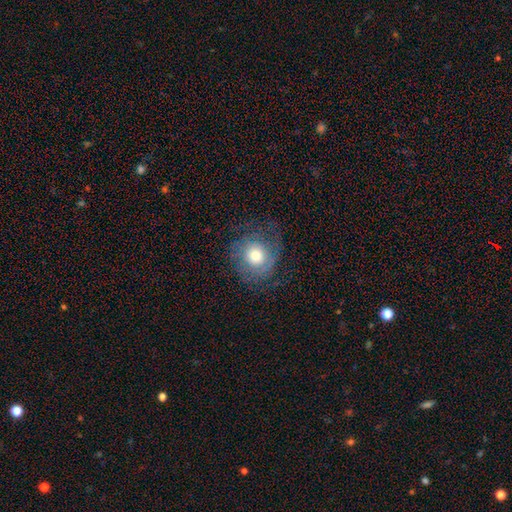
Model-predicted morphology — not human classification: Smooth or featured? smooth (63%)
How rounded? round (85%)
Merging? none (64%)